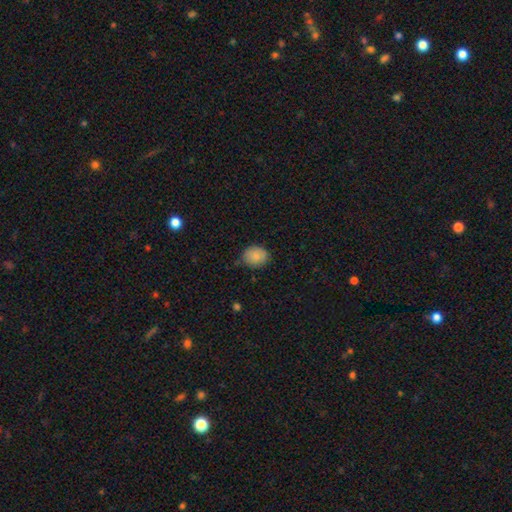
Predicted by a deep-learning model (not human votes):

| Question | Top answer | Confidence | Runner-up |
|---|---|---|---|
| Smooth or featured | smooth | 86% | star or artifact (8%) |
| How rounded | round | 57% | in between (42%) |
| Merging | none | 74% | minor disturbance (21%) |